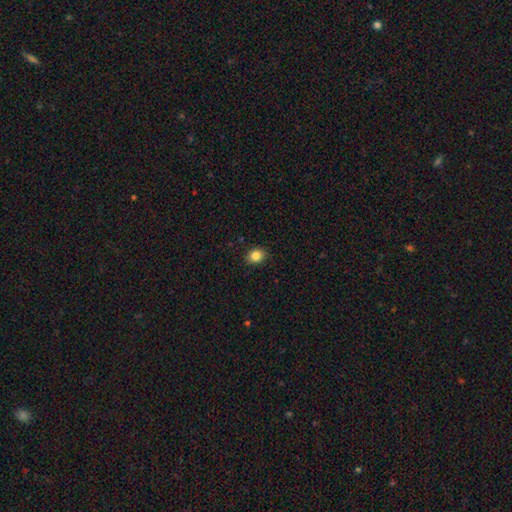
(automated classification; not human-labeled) Smooth or featured: smooth — 85% (star or artifact — 10%)
How rounded: round — 51% (in between — 48%)
Merging: none — 88% (minor disturbance — 9%)